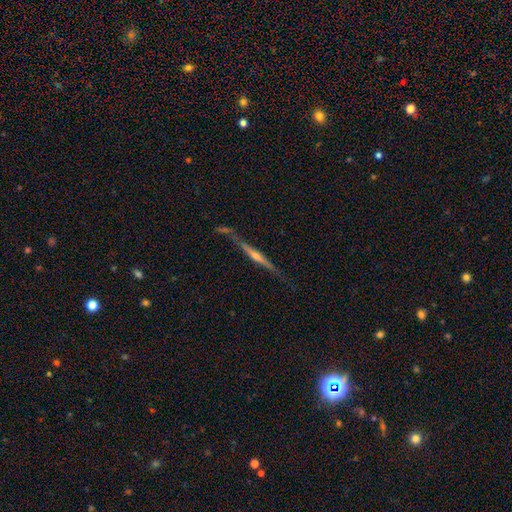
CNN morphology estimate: A featured or disk galaxy (81%) viewed edge-on (97%) with a rounded central bulge (75%).

Vote fractions:
- Smooth or featured? featured or disk: 81% / smooth: 12% / star or artifact: 7%
- Edge-on disk? yes: 97% / no: 3%
- Edge-on bulge? rounded: 75% / none: 15% / boxy: 10%
- Merging? none: 76% / minor disturbance: 15% / merger: 5% / major disturbance: 4%